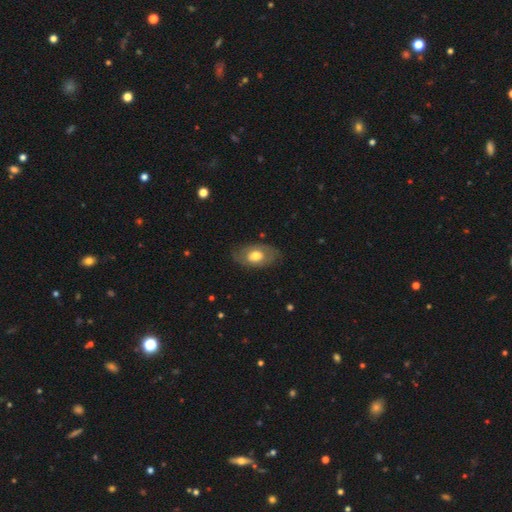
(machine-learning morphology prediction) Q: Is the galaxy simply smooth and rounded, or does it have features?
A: smooth — 51%.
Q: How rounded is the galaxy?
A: in between — 88%.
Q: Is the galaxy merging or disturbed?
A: none — 73%.